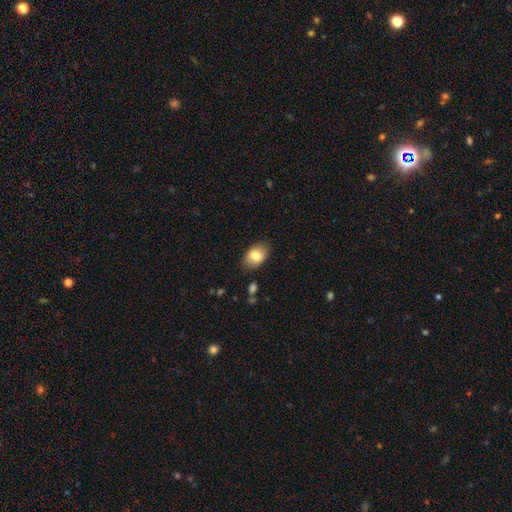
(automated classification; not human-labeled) Smooth or featured: smooth — 81% (featured or disk — 11%)
How rounded: in between — 78% (round — 21%)
Merging: none — 84% (minor disturbance — 12%)